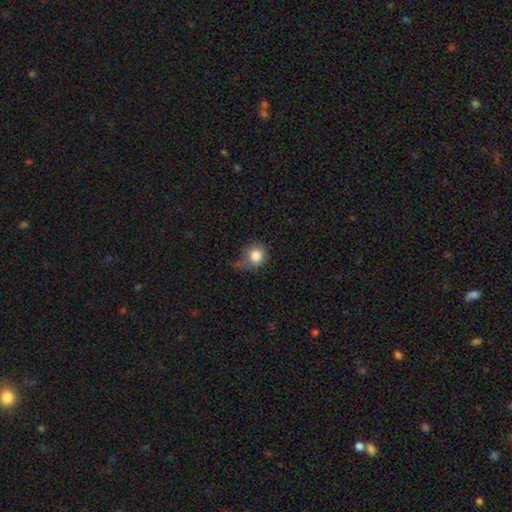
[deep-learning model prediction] A smooth galaxy with no disk features (83%) that is round (87%). Merging: none (41%).